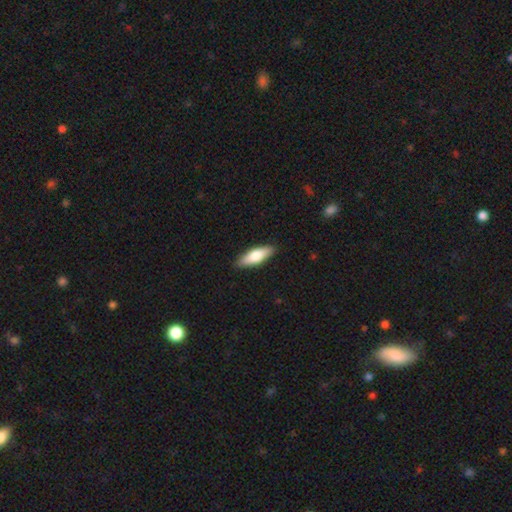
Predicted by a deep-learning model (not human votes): smooth-or-featured: smooth: 69% | featured or disk: 26% | star or artifact: 5%
  how-rounded: in between: 51% | cigar-shaped: 47% | round: 2%
  merging: none: 89% | minor disturbance: 8% | major disturbance: 2% | merger: 1%